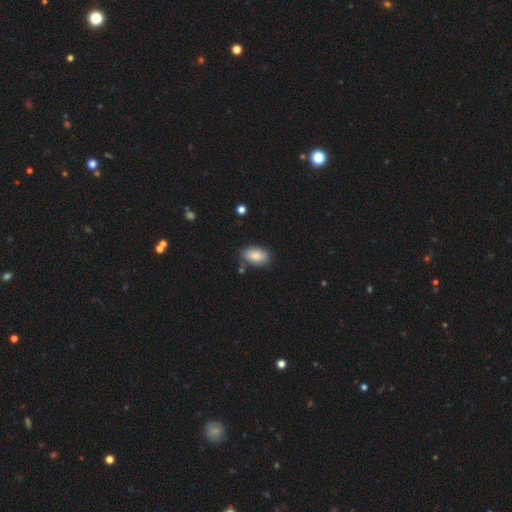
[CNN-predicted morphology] Overall: smooth (86%). How rounded: in between (92%). Merging: none (77%).